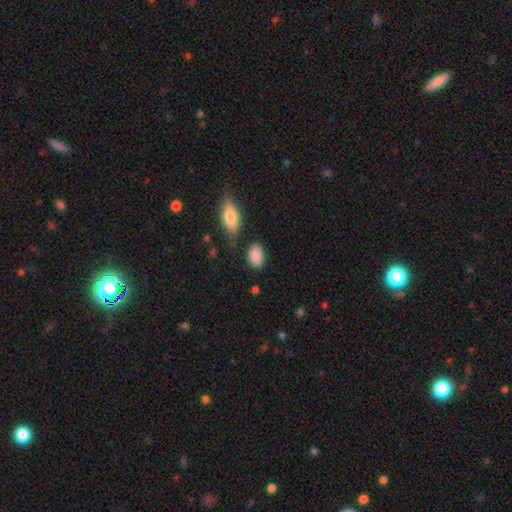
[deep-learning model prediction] smooth-or-featured: smooth: 89% | star or artifact: 7% | featured or disk: 4%
  how-rounded: in between: 84% | round: 14% | cigar-shaped: 2%
  merging: none: 76% | minor disturbance: 14% | merger: 5% | major disturbance: 4%